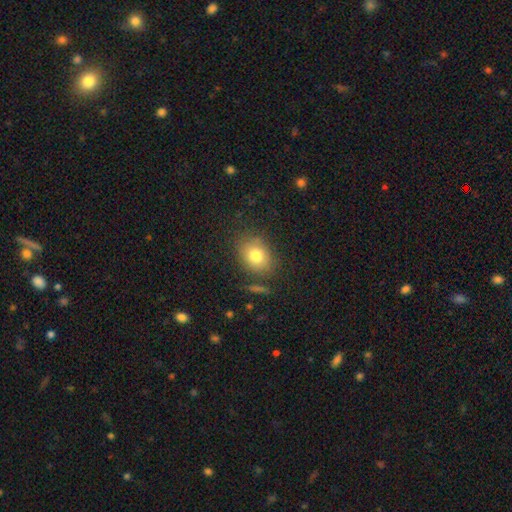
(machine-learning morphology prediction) smooth_or_featured: smooth (p=0.79) [alt: featured or disk p=0.11]
how_rounded: in between (p=0.52) [alt: round p=0.47]
merging: none (p=0.79) [alt: minor disturbance p=0.13]